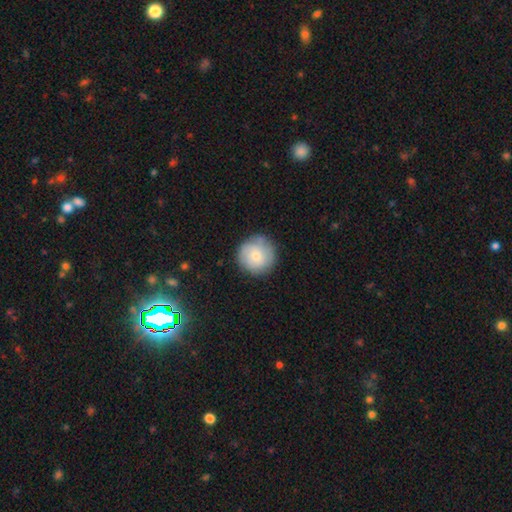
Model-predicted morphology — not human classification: Overall: smooth (71%). How rounded: round (95%). Merging: none (83%).